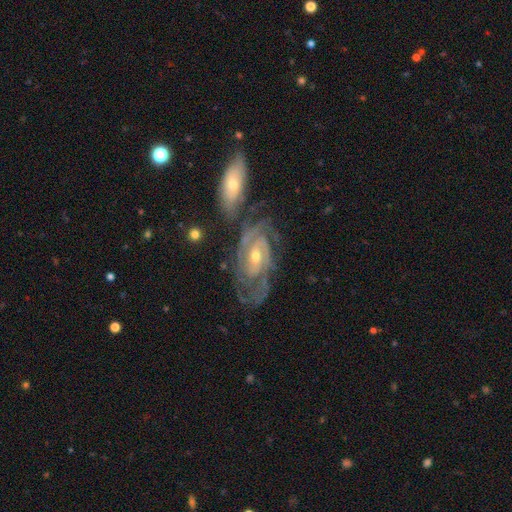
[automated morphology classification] Smooth or featured: featured or disk — 88% (smooth — 6%)
Edge-on disk: no — 95% (yes — 5%)
Bar: no — 47% (weak — 38%)
Spiral arms: yes — 96% (no — 4%)
Spiral winding: tight — 64% (medium — 30%)
Spiral arm count: 2 — 31% (can't tell — 27%)
Bulge size: small — 54% (moderate — 43%)
Merging: none — 53% (minor disturbance — 20%)